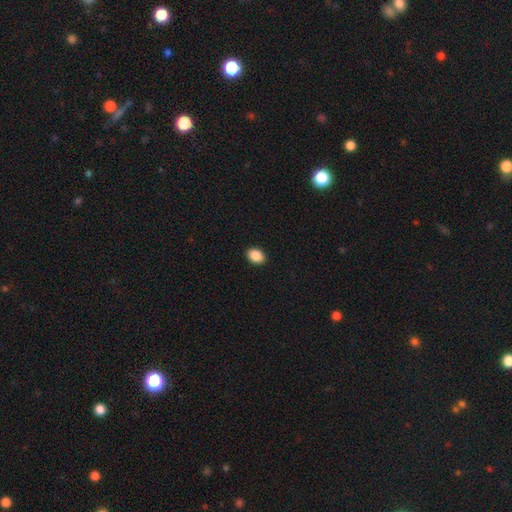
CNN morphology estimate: type=smooth (89%); roundness=in between (78%); merging=none (91%).